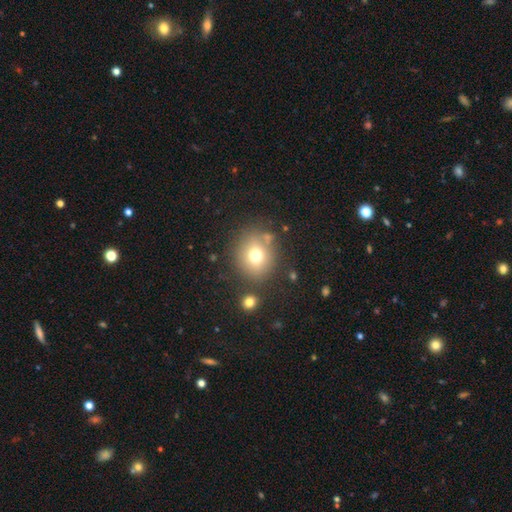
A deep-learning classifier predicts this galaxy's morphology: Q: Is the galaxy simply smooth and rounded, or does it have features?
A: smooth — 72%.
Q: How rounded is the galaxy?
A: round — 79%.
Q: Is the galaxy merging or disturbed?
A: none — 76%.